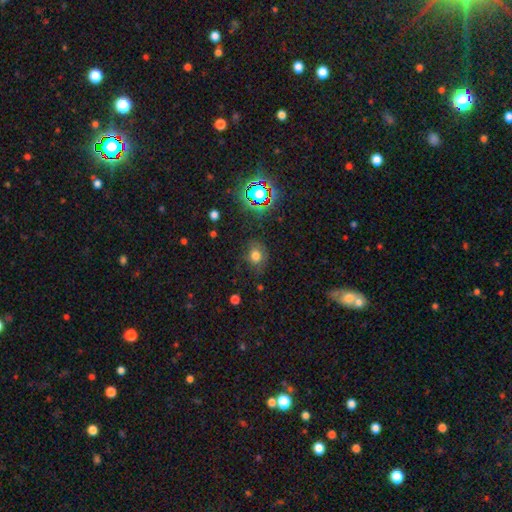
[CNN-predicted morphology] type=smooth (69%); roundness=round (59%); merging=none (69%).